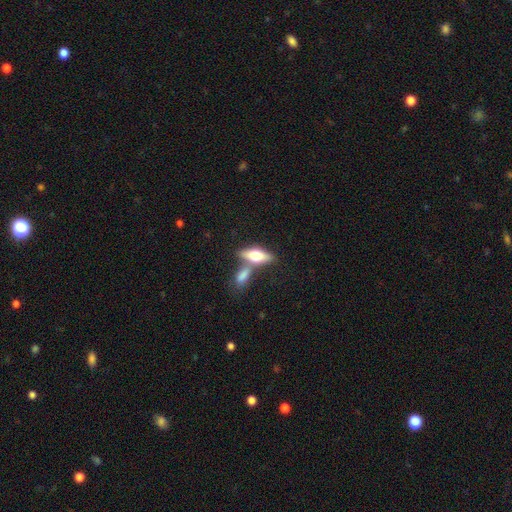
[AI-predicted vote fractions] Smooth or featured: smooth — 62% (featured or disk — 32%)
How rounded: in between — 67% (cigar-shaped — 29%)
Merging: none — 44% (merger — 41%)